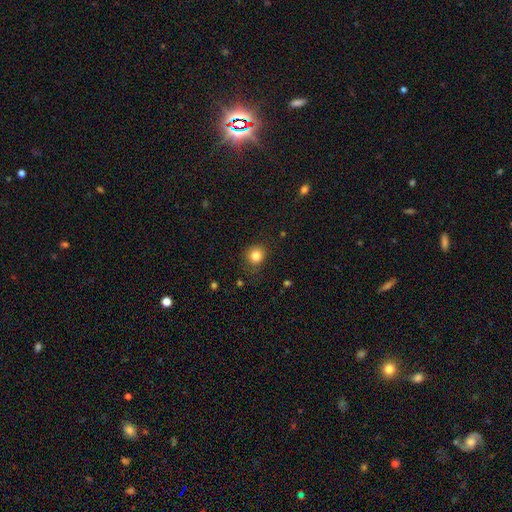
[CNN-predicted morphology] Smooth or featured? smooth (84%)
How rounded? round (86%)
Merging? none (83%)